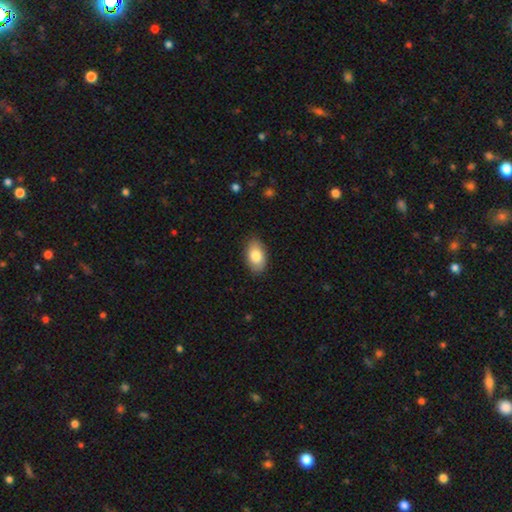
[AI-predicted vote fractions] A smooth galaxy with no disk features (83%) that is in between round and cigar-shaped (92%). Merging: none (86%).